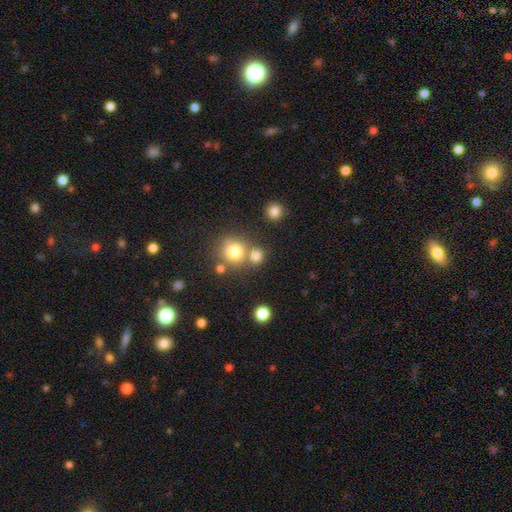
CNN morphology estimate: type=smooth (77%); roundness=round (85%); merging=none (60%).